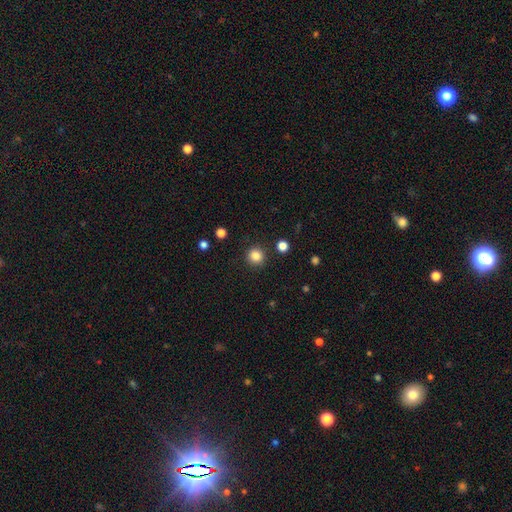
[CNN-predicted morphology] A smooth galaxy with no disk features (84%) that is round (94%). Merging: none (91%).